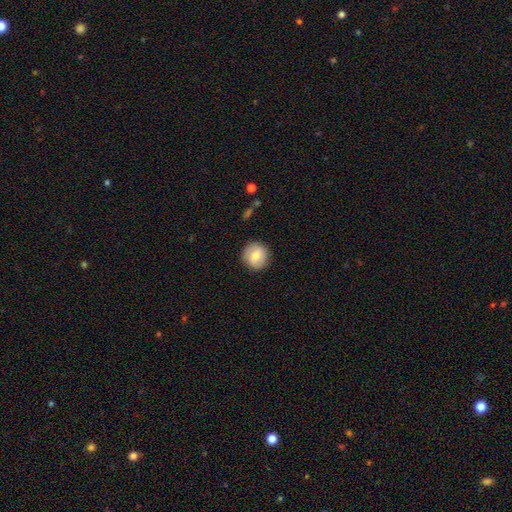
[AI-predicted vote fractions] The model was most divided on "smooth or featured": smooth: 74%, featured or disk: 19%, star or artifact: 7%. More confident: how rounded — round (91%); merging — none (89%).